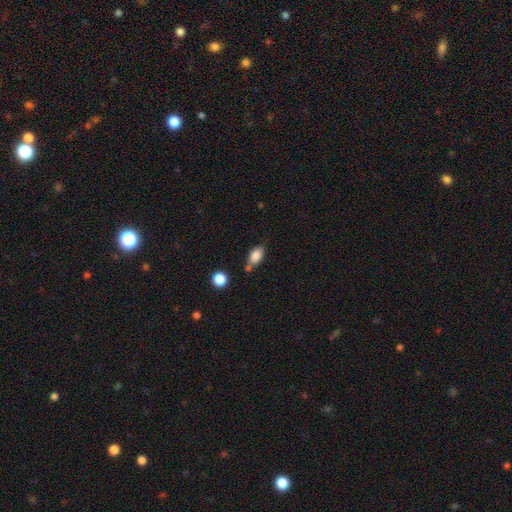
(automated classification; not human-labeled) Morphology: type=smooth (83%); roundness=in between (88%); merging=none (61%).